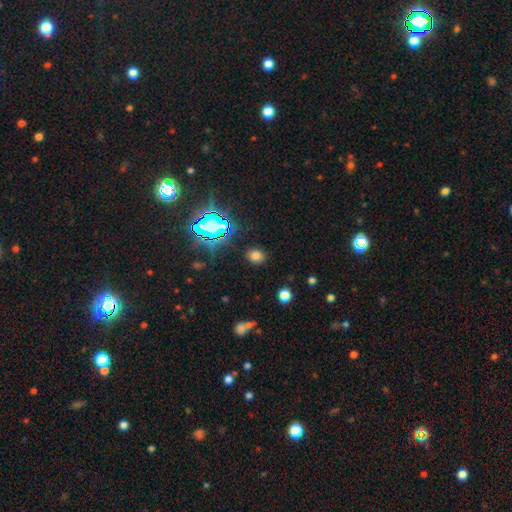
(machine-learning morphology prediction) Smooth or featured? smooth (68%)
How rounded? round (58%)
Merging? none (86%)